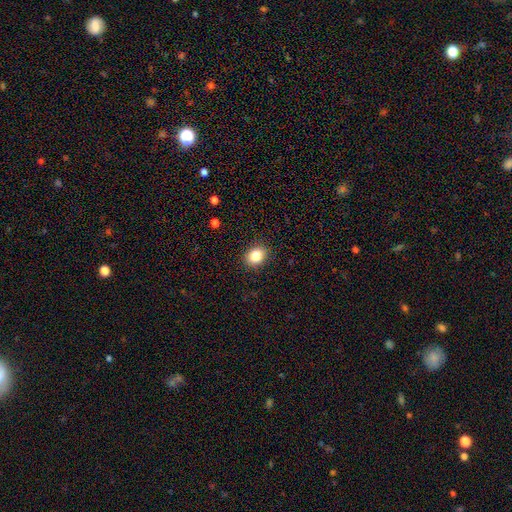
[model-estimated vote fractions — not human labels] Overall: smooth (84%). How rounded: in between (53%; round 46%). Merging: none (89%).